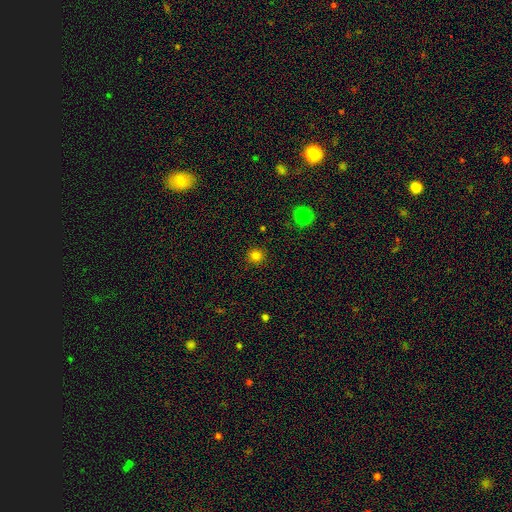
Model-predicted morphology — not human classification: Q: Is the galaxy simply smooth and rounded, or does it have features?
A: smooth — 81%.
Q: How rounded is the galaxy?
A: round — 94%.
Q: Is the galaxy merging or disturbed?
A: none — 91%.